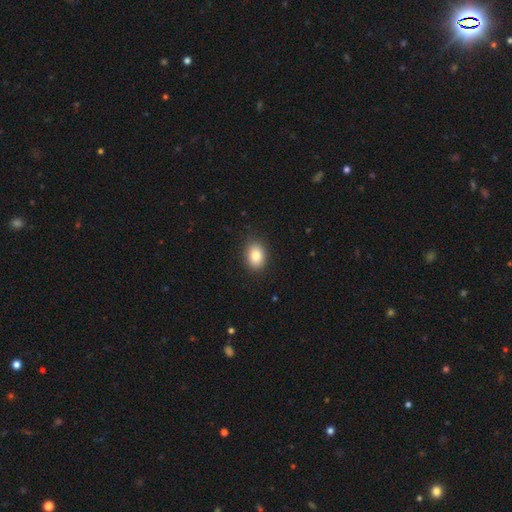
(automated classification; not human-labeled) A smooth galaxy with no disk features (84%) that is in between round and cigar-shaped (74%).

Vote fractions:
- Smooth or featured? smooth: 84% / star or artifact: 8% / featured or disk: 8%
- How rounded? in between: 74% / round: 25% / cigar-shaped: 1%
- Merging? none: 87% / minor disturbance: 10% / major disturbance: 2% / merger: 1%